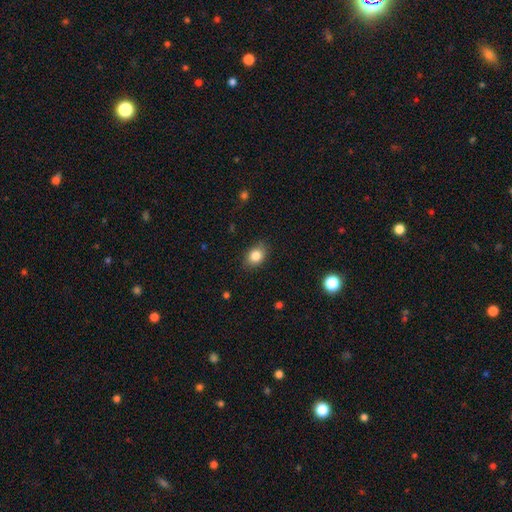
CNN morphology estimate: The model was most divided on "how rounded": in between: 65%, round: 33%, cigar-shaped: 1%. More confident: smooth or featured — smooth (84%); merging — none (83%).